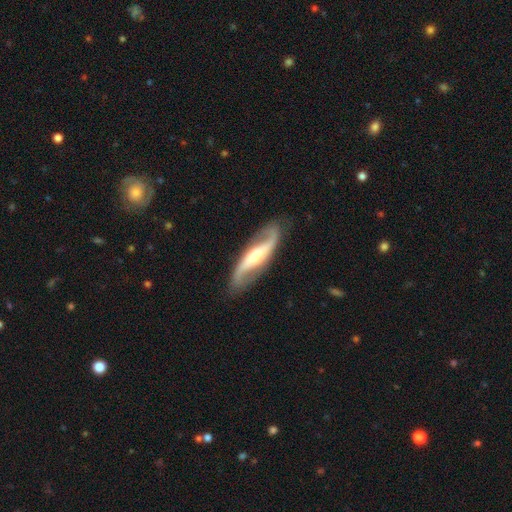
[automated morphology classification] This is clearly a featured or disk galaxy (86%). It is clearly not viewed edge-on (88%). Bar: possibly strong (46%). Spiral arm pattern: clearly yes (96%). Spiral arm count: clearly 2 (92%). Spiral winding: likely loose (66%). Central bulge: possibly moderate (47%). Merging: clearly none (83%).